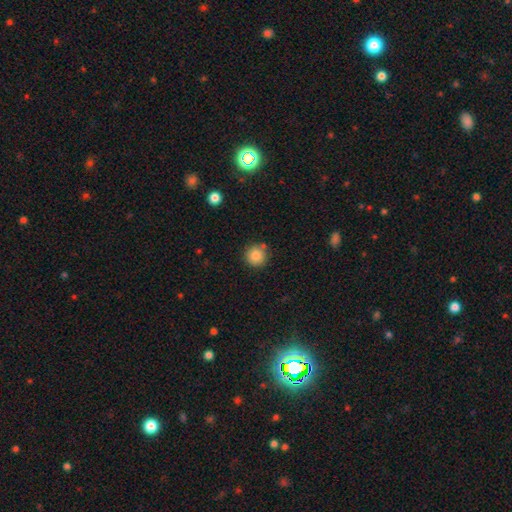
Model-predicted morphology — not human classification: Overall: smooth (84%). How rounded: round (94%). Merging: none (82%).